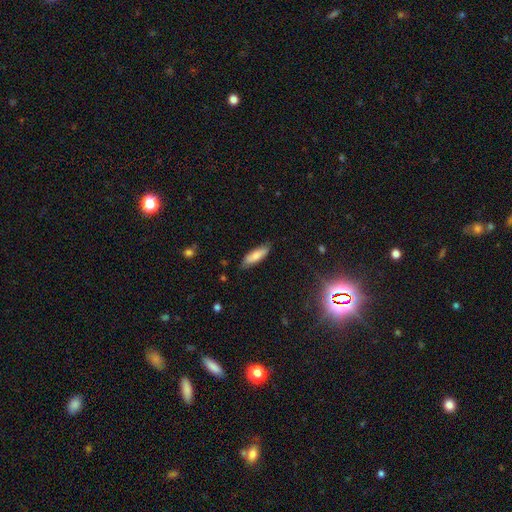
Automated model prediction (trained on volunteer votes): Smooth or featured? Predicted: smooth (p=0.77). How rounded? Predicted: in between (p=0.52). Merging? Predicted: none (p=0.79).